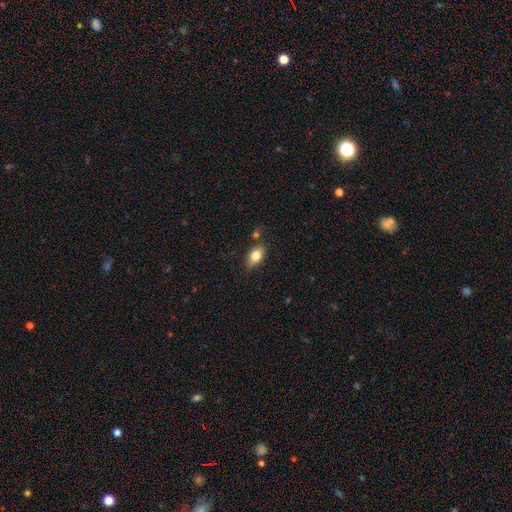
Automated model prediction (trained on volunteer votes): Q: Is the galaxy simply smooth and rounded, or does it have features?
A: smooth — 80%.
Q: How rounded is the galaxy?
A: in between — 86%.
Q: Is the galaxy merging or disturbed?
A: none — 76%.